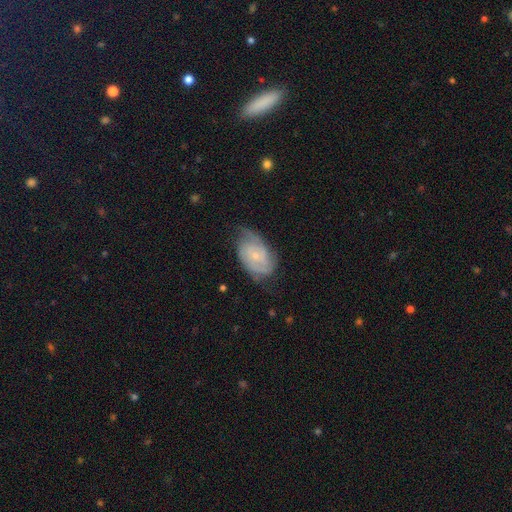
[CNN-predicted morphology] Q: Smooth or featured?
A: featured or disk (74%); runner-up: smooth (20%)
Q: Edge-on disk?
A: no (97%); runner-up: yes (3%)
Q: Bar?
A: no (67%); runner-up: weak (28%)
Q: Spiral arms?
A: yes (92%); runner-up: no (8%)
Q: Spiral winding?
A: tight (53%); runner-up: medium (35%)
Q: Spiral arm count?
A: 2 (43%); runner-up: can't tell (30%)
Q: Bulge size?
A: small (74%); runner-up: moderate (20%)
Q: Merging?
A: none (60%); runner-up: minor disturbance (29%)